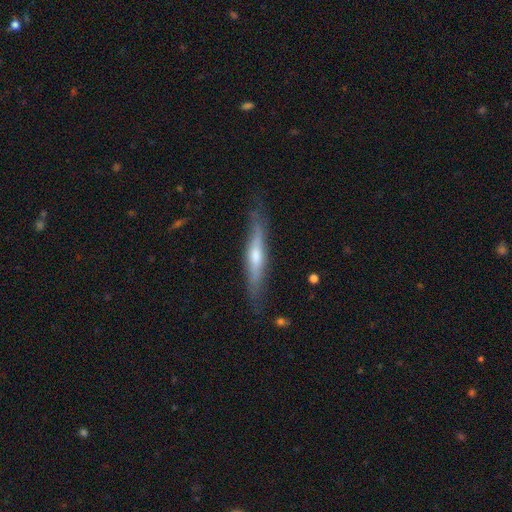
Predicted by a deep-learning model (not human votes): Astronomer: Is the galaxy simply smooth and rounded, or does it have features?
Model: featured or disk — 61%.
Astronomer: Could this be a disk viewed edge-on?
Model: yes — 90%.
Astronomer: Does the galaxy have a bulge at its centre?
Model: rounded — 72%.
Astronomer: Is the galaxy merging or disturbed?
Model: none — 76%.